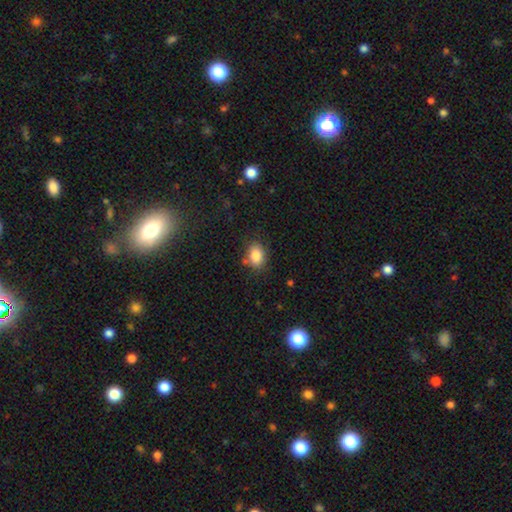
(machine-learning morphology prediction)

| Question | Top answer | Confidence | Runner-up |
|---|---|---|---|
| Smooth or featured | smooth | 85% | star or artifact (9%) |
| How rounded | in between | 74% | round (25%) |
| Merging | none | 76% | minor disturbance (15%) |